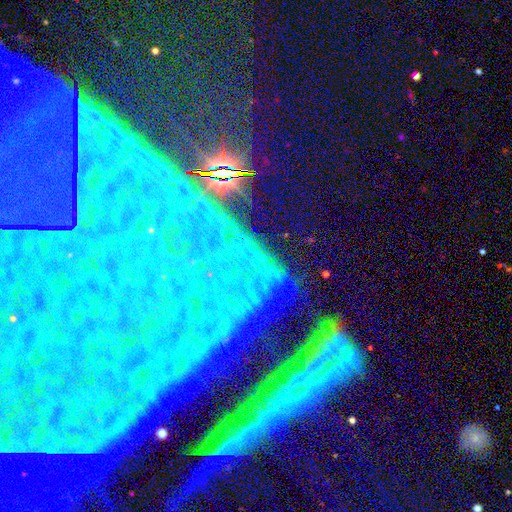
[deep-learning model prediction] Morphology: type=star or artifact (77%).